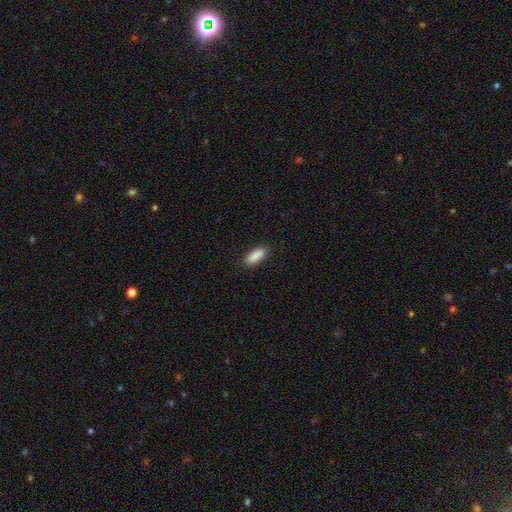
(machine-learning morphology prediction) type=smooth (90%); roundness=in between (72%); merging=none (89%).